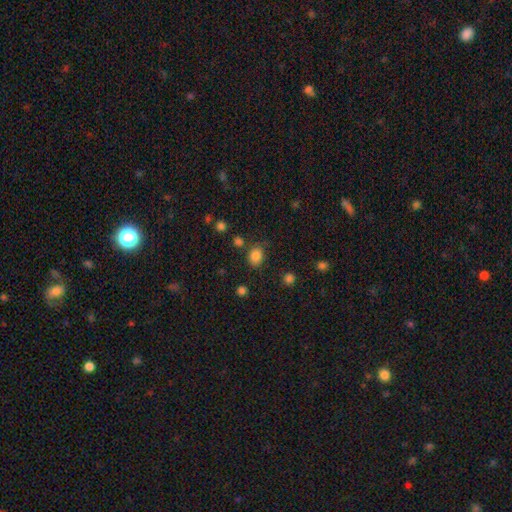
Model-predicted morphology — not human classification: The model was most divided on "how rounded": round: 54%, in between: 45%, cigar-shaped: 1%. More confident: smooth or featured — smooth (83%); merging — none (72%).